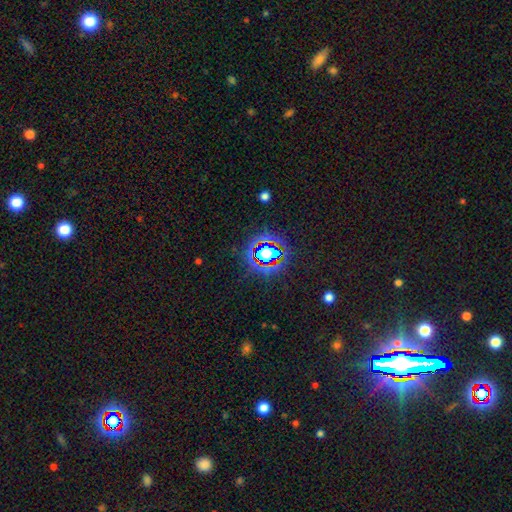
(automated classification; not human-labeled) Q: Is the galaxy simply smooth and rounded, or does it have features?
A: star or artifact — 80%.